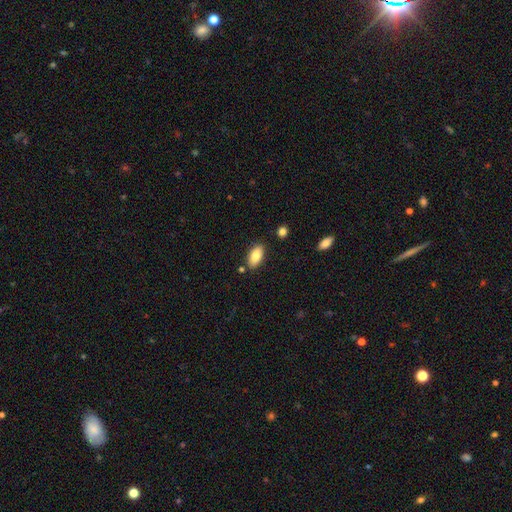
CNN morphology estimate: Q: Smooth or featured?
A: smooth (84%); runner-up: featured or disk (9%)
Q: How rounded?
A: in between (92%); runner-up: cigar-shaped (5%)
Q: Merging?
A: none (84%); runner-up: minor disturbance (11%)